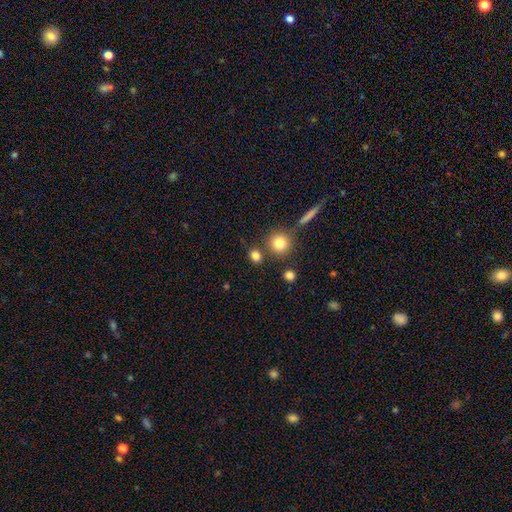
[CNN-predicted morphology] Q: Smooth or featured?
A: smooth (81%); runner-up: star or artifact (13%)
Q: How rounded?
A: round (67%); runner-up: in between (30%)
Q: Merging?
A: none (74%); runner-up: merger (14%)